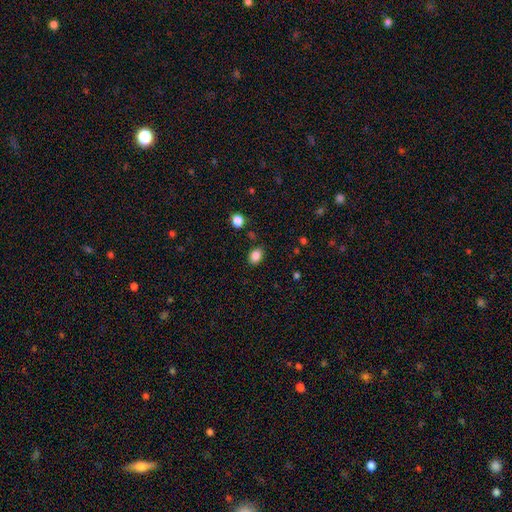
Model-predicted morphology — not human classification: smooth-or-featured: smooth: 86% | star or artifact: 10% | featured or disk: 4%
  how-rounded: in between: 68% | round: 31% | cigar-shaped: 1%
  merging: none: 83% | minor disturbance: 11% | major disturbance: 3% | merger: 3%